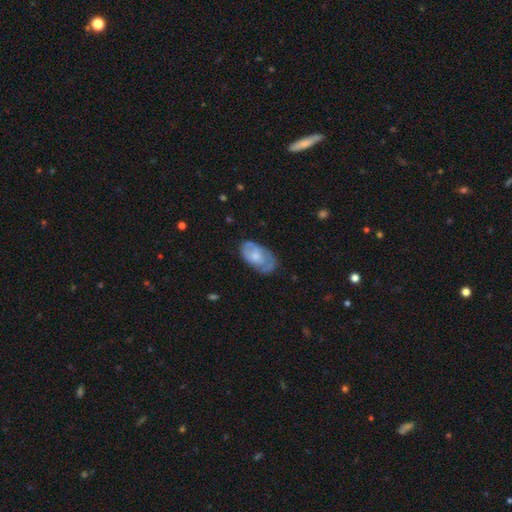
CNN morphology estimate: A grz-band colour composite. It shows a featured or disk galaxy (52%). Merging: none (62%).